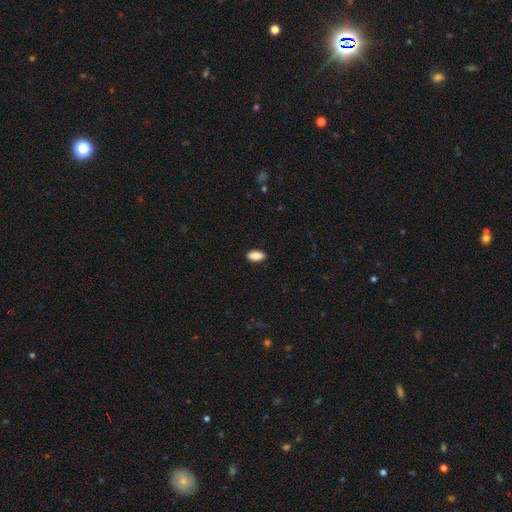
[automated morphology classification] This appears to be a smooth galaxy with no disk features (90%) that is in between round and cigar-shaped (94%). Merging: none (89%).